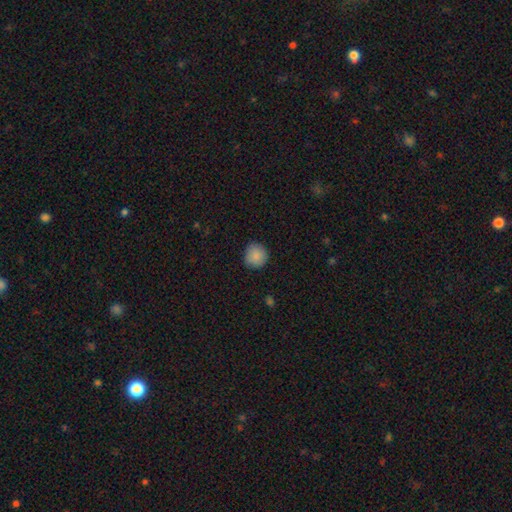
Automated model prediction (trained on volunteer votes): This is clearly a smooth galaxy (88%). How rounded: clearly round (93%). Merging: clearly none (87%).